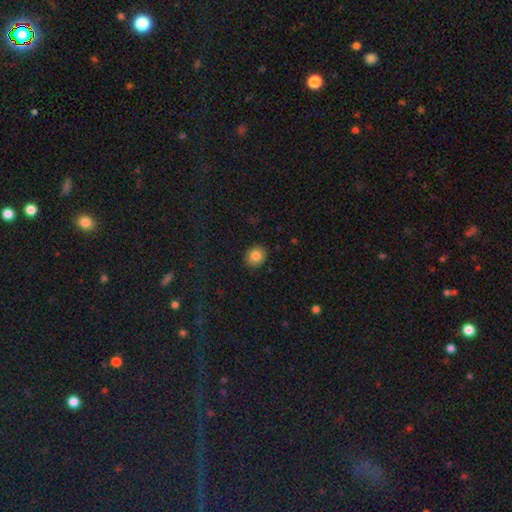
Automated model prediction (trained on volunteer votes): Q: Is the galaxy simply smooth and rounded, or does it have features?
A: smooth — 82%.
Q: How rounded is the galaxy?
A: round — 76%.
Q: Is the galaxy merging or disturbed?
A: none — 90%.